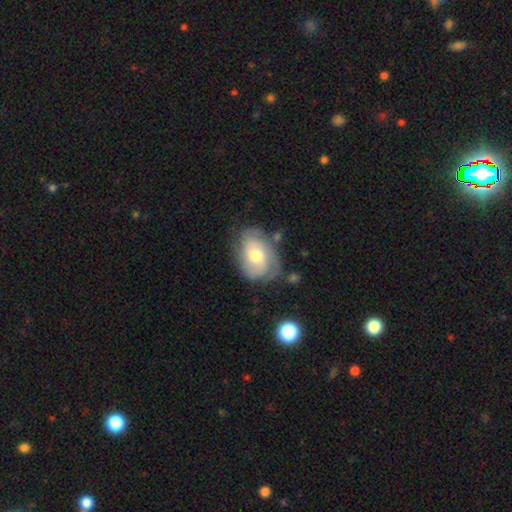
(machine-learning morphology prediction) featured or disk 63%, smooth 30%, star or artifact 7%. Down the decision tree: edge-on disk — no (96%); bar — no (69%); spiral arms — yes (84%); spiral arm count — 2 (44%); spiral winding — tight (45%); bulge size — moderate (70%); merging — none (60%).